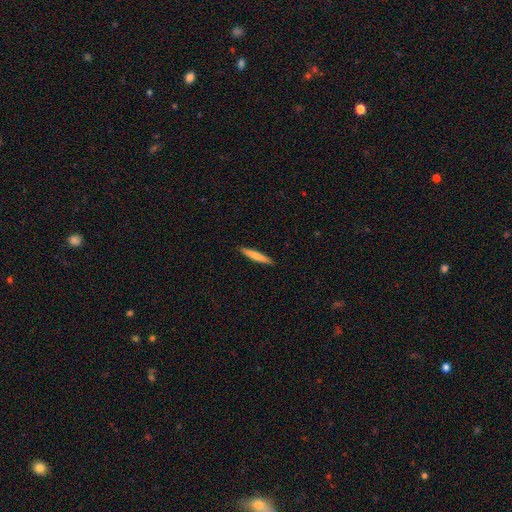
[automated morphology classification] smooth 69%, featured or disk 26%, star or artifact 5%. Down the decision tree: how rounded — cigar-shaped (94%); merging — none (92%).